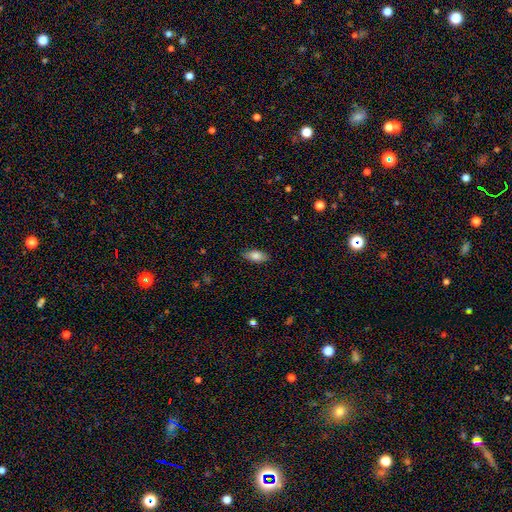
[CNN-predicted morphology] This is clearly a smooth galaxy (84%). How rounded: clearly in between (88%). Merging: clearly none (86%).